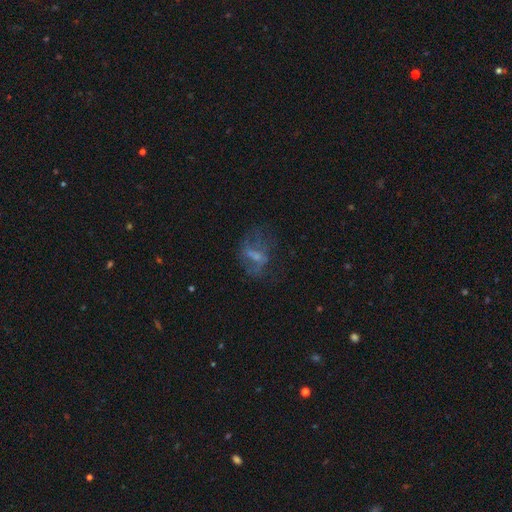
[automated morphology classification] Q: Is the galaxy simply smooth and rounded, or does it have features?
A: featured or disk — 53%.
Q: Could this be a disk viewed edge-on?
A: no — 95%.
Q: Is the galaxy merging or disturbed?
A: none — 43%.